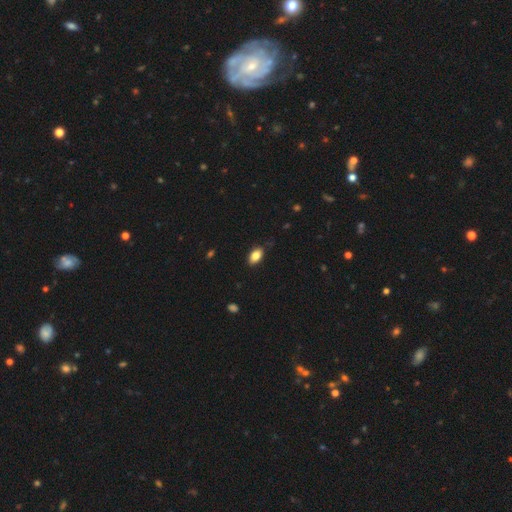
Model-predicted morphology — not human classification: type=smooth (83%); roundness=in between (90%); merging=none (83%).